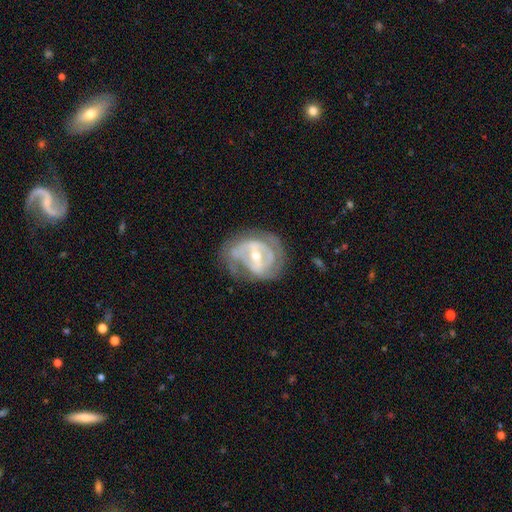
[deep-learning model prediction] The model was most divided on "bulge size": moderate: 52%, small: 44%, large: 2%, none: 1%, dominant: 1%. Remaining: edge-on disk — no (96%); smooth or featured — featured or disk (84%); spiral arms — yes (82%); merging — none (58%); spiral winding — tight (52%); bar — strong (47%); spiral arm count — 2 (45%).